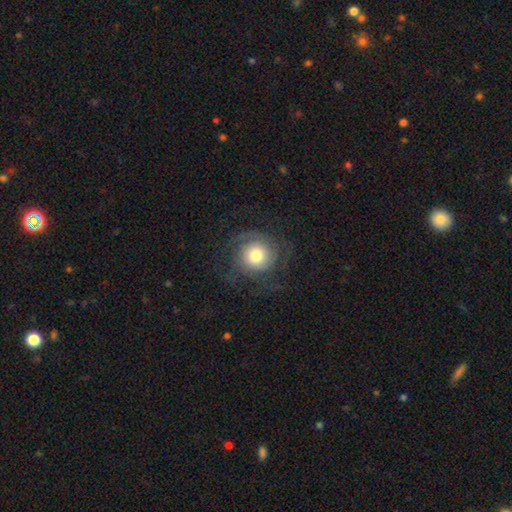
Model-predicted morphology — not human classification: A featured or disk galaxy (51%). Merging: none (68%).